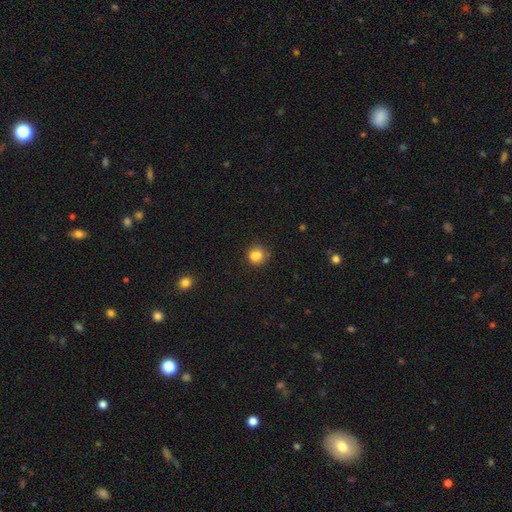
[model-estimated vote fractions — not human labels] The model was most divided on "merging": none: 58%, merger: 18%, minor disturbance: 18%, major disturbance: 5%. More confident: smooth or featured — smooth (78%); how rounded — round (74%).